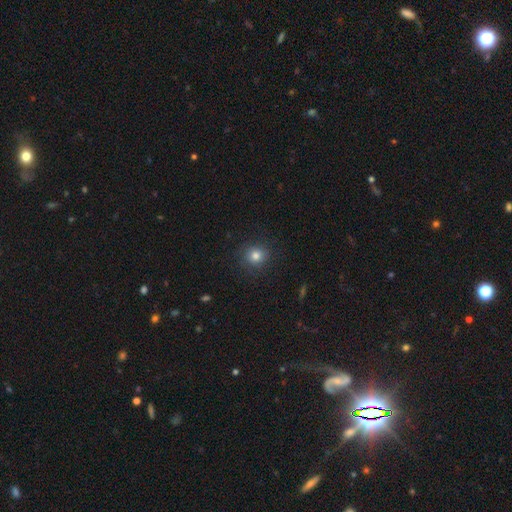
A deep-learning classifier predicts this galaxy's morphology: Q: Smooth or featured?
A: smooth (81%); runner-up: star or artifact (12%)
Q: How rounded?
A: round (87%); runner-up: in between (12%)
Q: Merging?
A: none (87%); runner-up: minor disturbance (9%)